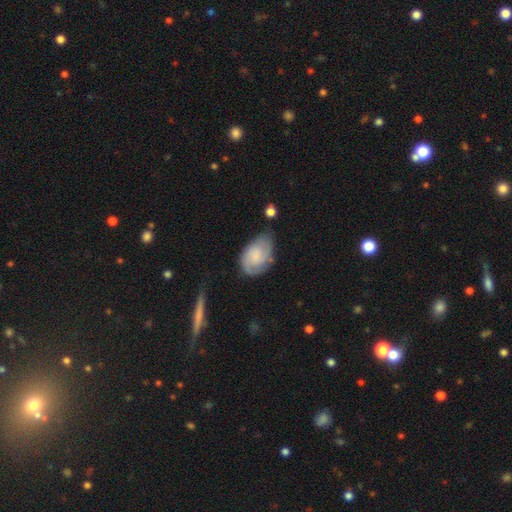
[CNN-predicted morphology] Q: Smooth or featured?
A: smooth (47%); runner-up: featured or disk (46%)
Q: Merging?
A: none (56%); runner-up: minor disturbance (30%)